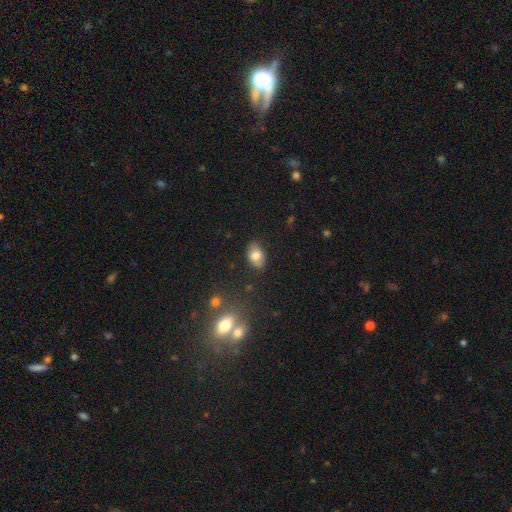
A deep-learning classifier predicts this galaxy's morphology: Smooth or featured: smooth — 77% (featured or disk — 14%)
How rounded: in between — 87% (round — 12%)
Merging: none — 80% (minor disturbance — 15%)